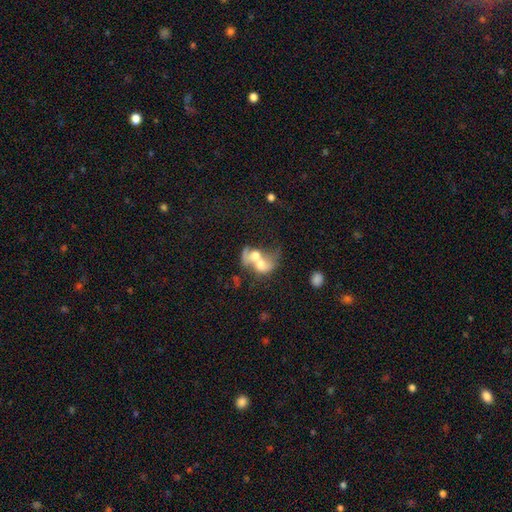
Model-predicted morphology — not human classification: The model was most divided on "smooth or featured": smooth: 47%, featured or disk: 43%, star or artifact: 9%. More confident: merging — merger (80%).